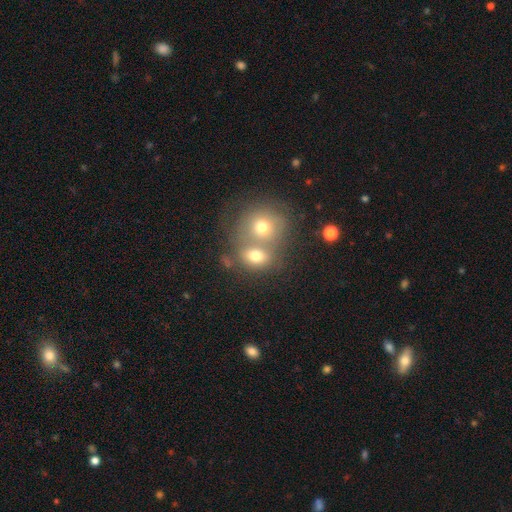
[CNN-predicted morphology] Smooth or featured? smooth (69%)
How rounded? round (64%)
Merging? merger (56%)